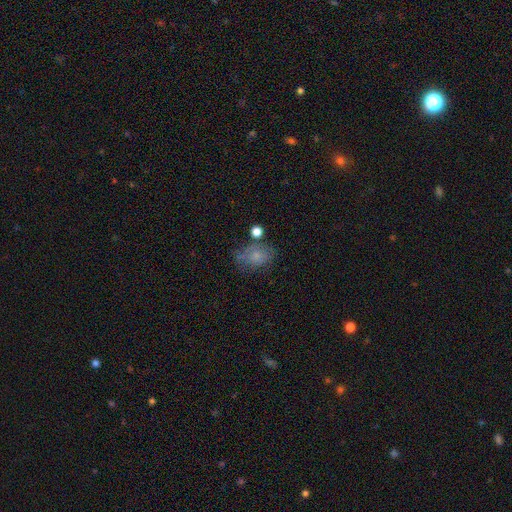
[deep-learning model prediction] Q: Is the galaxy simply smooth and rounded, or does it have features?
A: smooth — 64%.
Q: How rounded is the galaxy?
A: in between — 70%.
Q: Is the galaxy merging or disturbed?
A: none — 50%.